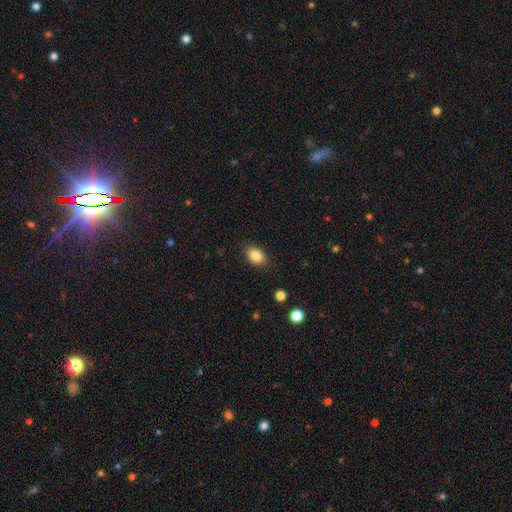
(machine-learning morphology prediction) Q: Smooth or featured?
A: smooth (85%); runner-up: star or artifact (9%)
Q: How rounded?
A: in between (80%); runner-up: round (19%)
Q: Merging?
A: none (85%); runner-up: minor disturbance (11%)